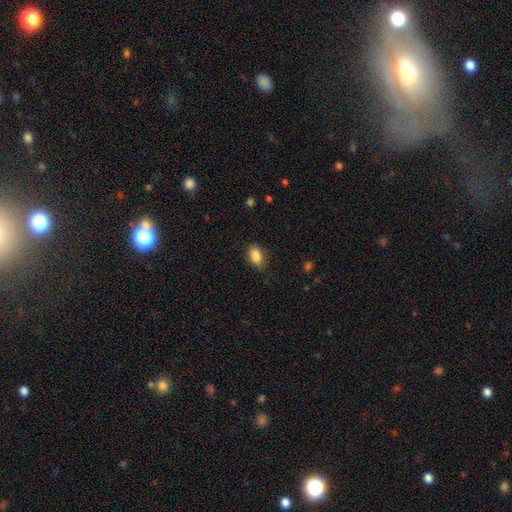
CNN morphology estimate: The model was most divided on "merging": none: 77%, minor disturbance: 18%, major disturbance: 4%, merger: 1%. More confident: how rounded — in between (88%); smooth or featured — smooth (87%).